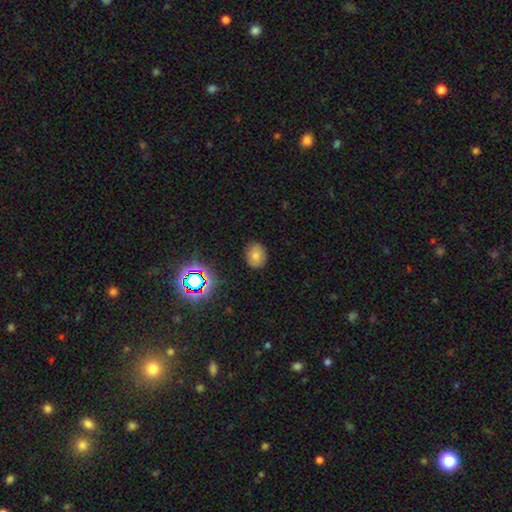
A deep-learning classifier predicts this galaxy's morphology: Smooth or featured?
  - smooth: 73% *
  - star or artifact: 16%
  - featured or disk: 11%
How rounded?
  - round: 52% *
  - in between: 47%
  - cigar-shaped: 1%
Merging?
  - none: 86% *
  - minor disturbance: 10%
  - major disturbance: 3%
  - merger: 1%